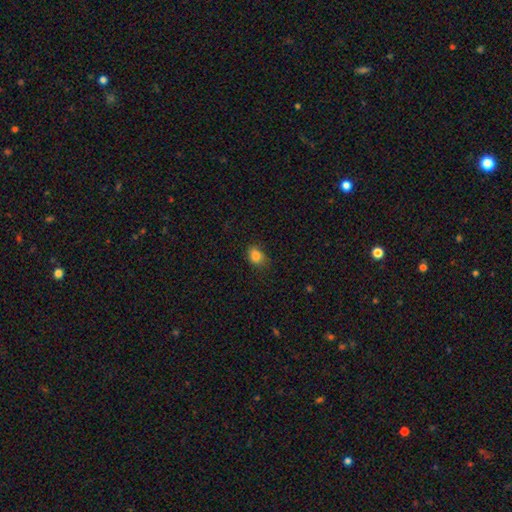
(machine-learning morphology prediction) Smooth or featured? smooth (84%)
How rounded? in between (59%)
Merging? none (78%)